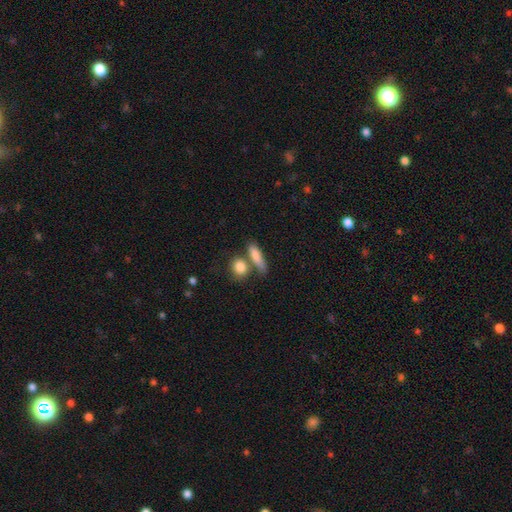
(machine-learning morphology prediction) Q: Smooth or featured?
A: smooth (81%); runner-up: featured or disk (12%)
Q: How rounded?
A: cigar-shaped (49%); runner-up: in between (42%)
Q: Merging?
A: none (55%); runner-up: merger (26%)